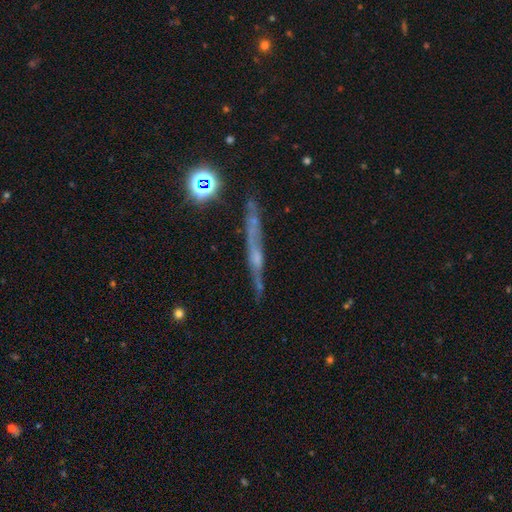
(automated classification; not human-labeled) smooth-or-featured: featured or disk: 57% | smooth: 24% | star or artifact: 19%
  disk-edge-on: yes: 89% | no: 11%
    edge-on-bulge: none: 48% | rounded: 39% | boxy: 13%
  merging: none: 74% | minor disturbance: 16% | major disturbance: 5% | merger: 5%